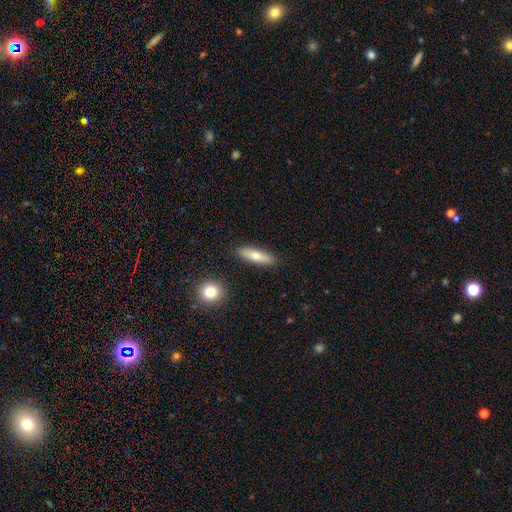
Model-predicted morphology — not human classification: Smooth or featured? smooth (70%)
How rounded? cigar-shaped (57%)
Merging? none (87%)